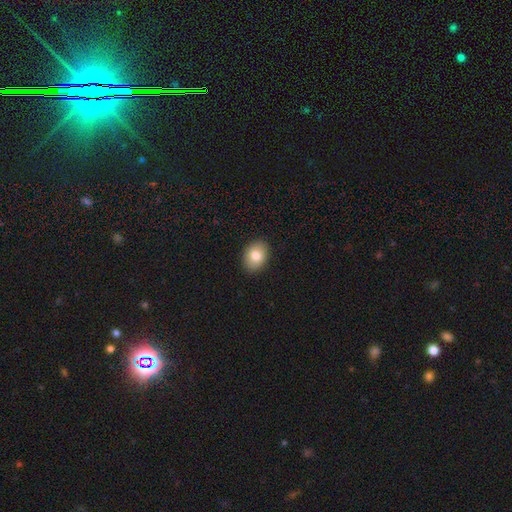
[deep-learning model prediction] Overall: smooth (82%). How rounded: in between (71%). Merging: none (90%).